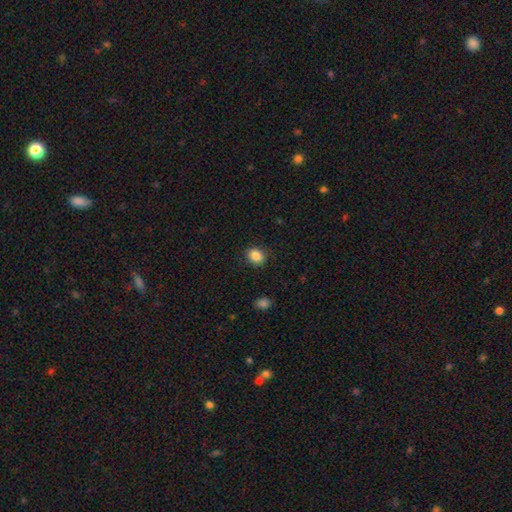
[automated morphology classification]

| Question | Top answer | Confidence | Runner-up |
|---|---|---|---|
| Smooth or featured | smooth | 86% | star or artifact (10%) |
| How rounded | round | 61% | in between (39%) |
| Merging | none | 89% | minor disturbance (8%) |